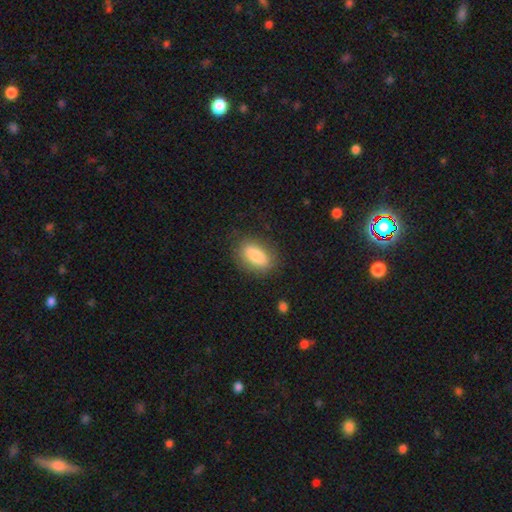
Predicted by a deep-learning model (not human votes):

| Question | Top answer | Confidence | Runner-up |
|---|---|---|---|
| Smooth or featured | smooth | 83% | featured or disk (10%) |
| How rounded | in between | 88% | round (6%) |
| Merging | none | 81% | minor disturbance (13%) |